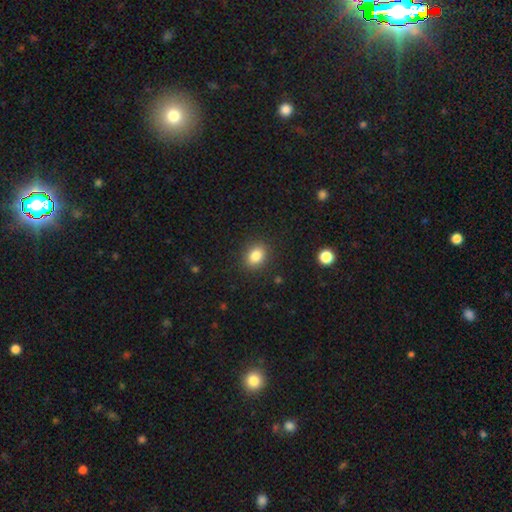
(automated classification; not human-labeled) smooth-or-featured: smooth: 84% | star or artifact: 10% | featured or disk: 6%
  how-rounded: in between: 54% | round: 45% | cigar-shaped: 1%
  merging: none: 88% | minor disturbance: 8% | major disturbance: 3% | merger: 1%